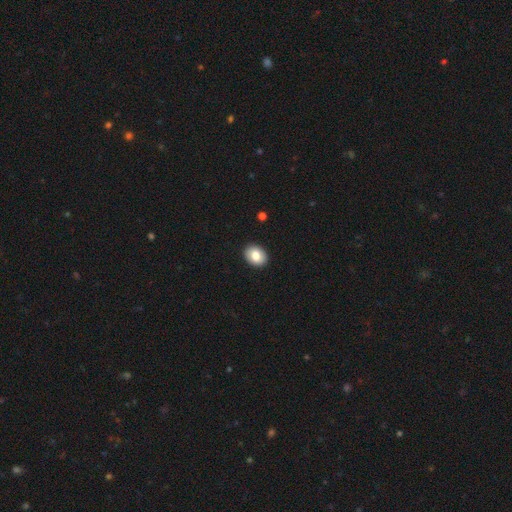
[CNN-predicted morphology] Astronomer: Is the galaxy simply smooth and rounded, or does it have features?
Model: smooth — 82%.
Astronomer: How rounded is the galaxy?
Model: in between — 60% (runner-up: round, 39%).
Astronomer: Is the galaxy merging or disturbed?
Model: none — 91%.